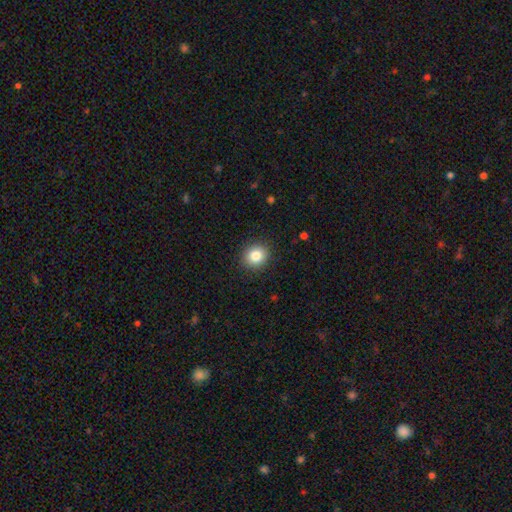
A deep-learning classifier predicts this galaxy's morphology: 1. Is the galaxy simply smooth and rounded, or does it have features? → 83% smooth, 10% star or artifact, 7% featured or disk.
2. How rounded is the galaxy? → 78% round, 21% in between, 1% cigar-shaped.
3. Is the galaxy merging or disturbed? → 90% none, 7% minor disturbance, 2% major disturbance, 1% merger.